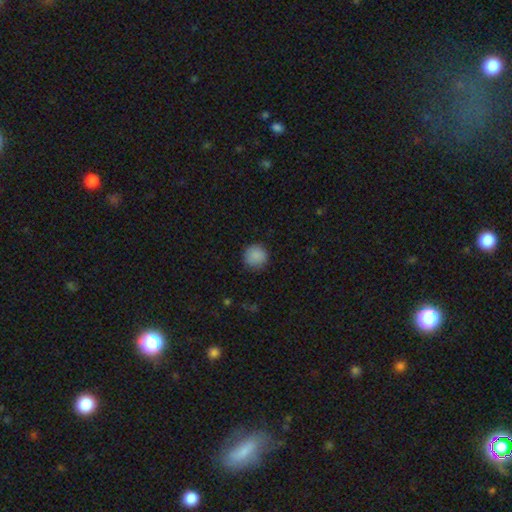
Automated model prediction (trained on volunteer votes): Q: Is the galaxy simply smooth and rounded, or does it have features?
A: smooth — 88%.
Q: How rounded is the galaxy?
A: round — 94%.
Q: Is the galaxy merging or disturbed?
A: none — 87%.